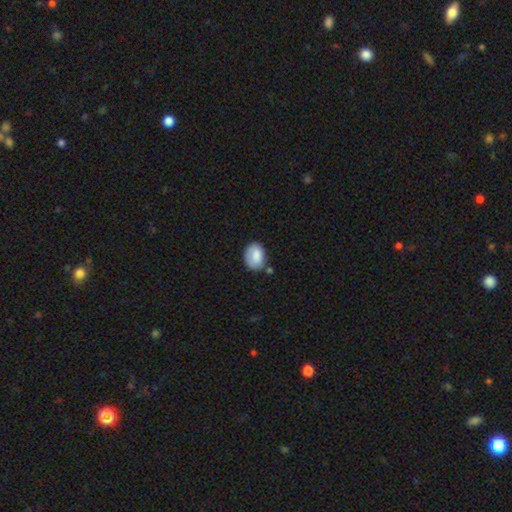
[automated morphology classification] Q: Smooth or featured?
A: smooth (82%); runner-up: featured or disk (11%)
Q: How rounded?
A: in between (73%); runner-up: round (26%)
Q: Merging?
A: none (61%); runner-up: minor disturbance (25%)